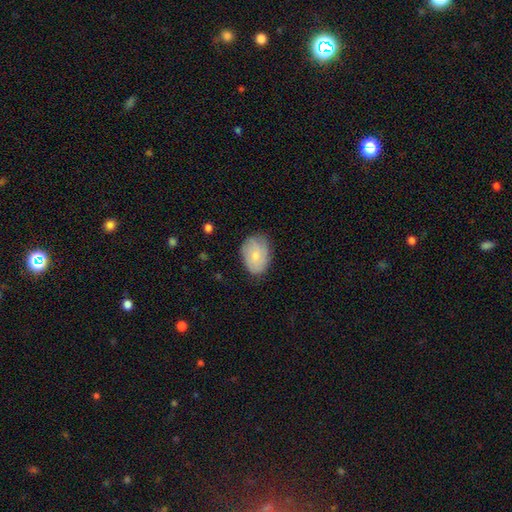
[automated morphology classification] smooth 64%, featured or disk 29%, star or artifact 7%. Down the decision tree: how rounded — in between (76%); merging — none (71%).